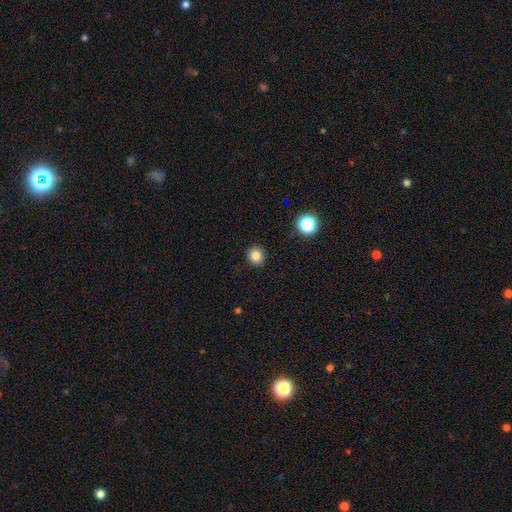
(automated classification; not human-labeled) A smooth galaxy with no disk features (83%) that is round (91%). Merging: none (91%).